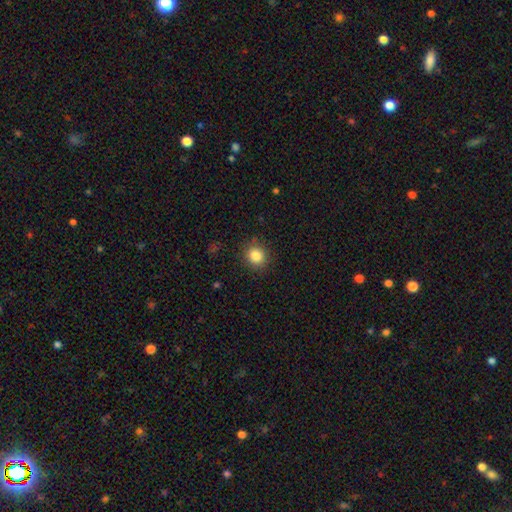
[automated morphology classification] Smooth or featured?
  - smooth: 84% *
  - star or artifact: 11%
  - featured or disk: 5%
How rounded?
  - round: 87% *
  - in between: 12%
  - cigar-shaped: 1%
Merging?
  - none: 88% *
  - minor disturbance: 8%
  - major disturbance: 3%
  - merger: 1%